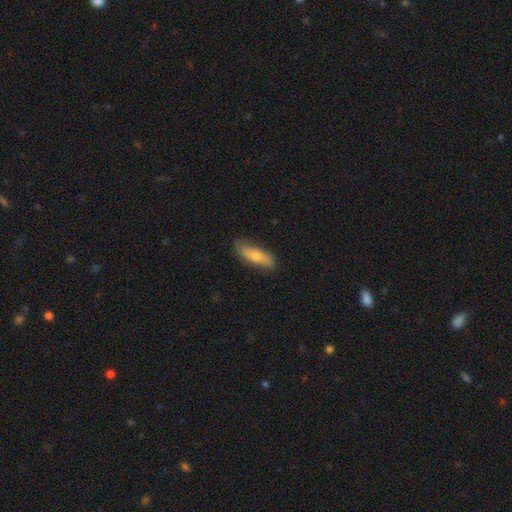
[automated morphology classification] This is possibly a smooth galaxy (59%). How rounded: possibly cigar-shaped (54%). Merging: clearly none (81%).